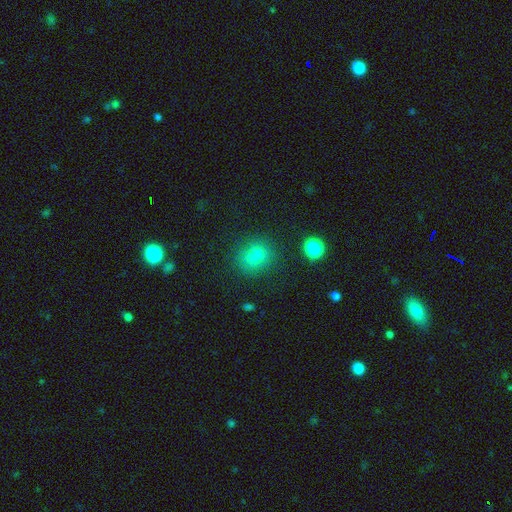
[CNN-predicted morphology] Smooth or featured?
  - smooth: 78% *
  - star or artifact: 15%
  - featured or disk: 7%
How rounded?
  - round: 62% *
  - in between: 37%
  - cigar-shaped: 1%
Merging?
  - none: 77% *
  - minor disturbance: 14%
  - major disturbance: 5%
  - merger: 4%